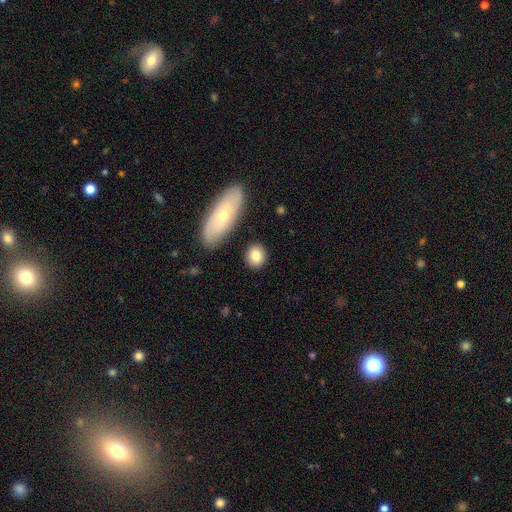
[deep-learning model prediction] Overall: smooth (82%). How rounded: round (70%). Merging: none (84%).